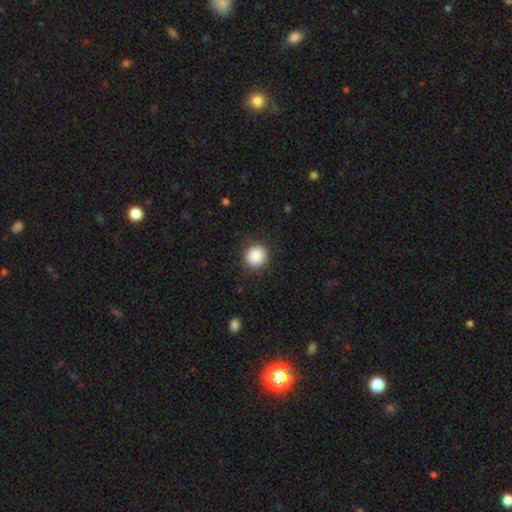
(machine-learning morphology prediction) Q: Smooth or featured?
A: smooth (88%); runner-up: star or artifact (8%)
Q: How rounded?
A: round (85%); runner-up: in between (14%)
Q: Merging?
A: none (88%); runner-up: minor disturbance (8%)